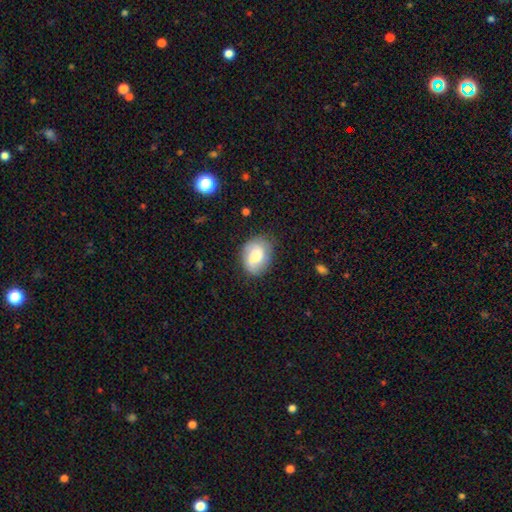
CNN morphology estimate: Smooth or featured: smooth — 62% (featured or disk — 31%)
How rounded: in between — 61% (round — 38%)
Merging: none — 68% (minor disturbance — 22%)